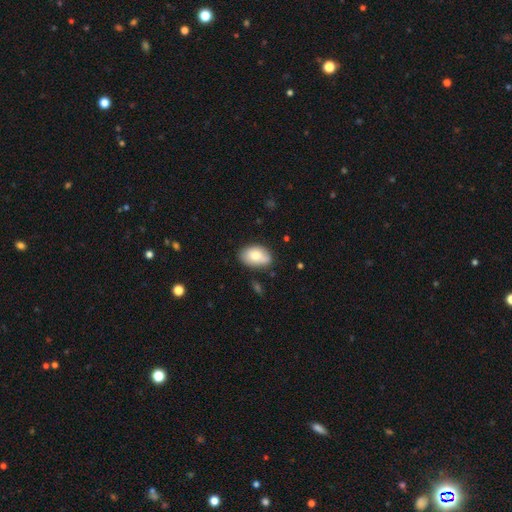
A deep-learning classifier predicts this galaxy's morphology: A smooth galaxy with no disk features (76%) that is in between round and cigar-shaped (90%). Merging: none (70%).